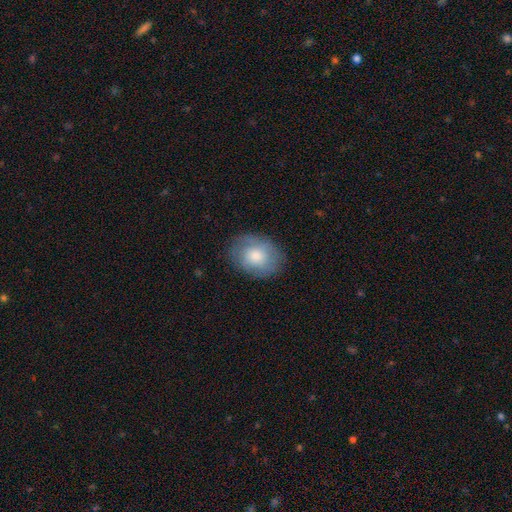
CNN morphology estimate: Smooth or featured?
  - smooth: 64% *
  - featured or disk: 28%
  - star or artifact: 8%
How rounded?
  - in between: 62% *
  - round: 37%
  - cigar-shaped: 1%
Merging?
  - none: 81% *
  - minor disturbance: 14%
  - major disturbance: 4%
  - merger: 1%